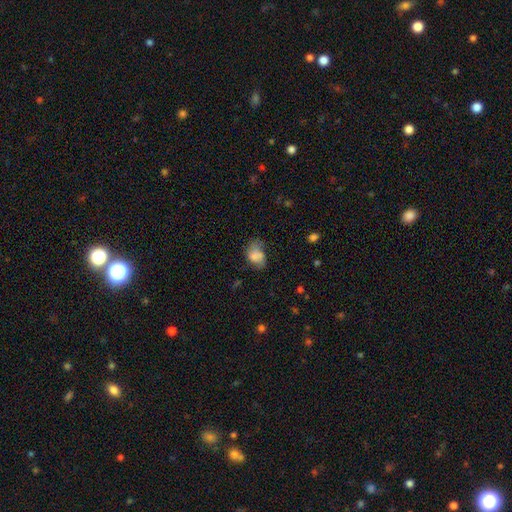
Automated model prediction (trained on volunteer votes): smooth 64%, featured or disk 26%, star or artifact 10%. Down the decision tree: how rounded — in between (76%); merging — none (37%).